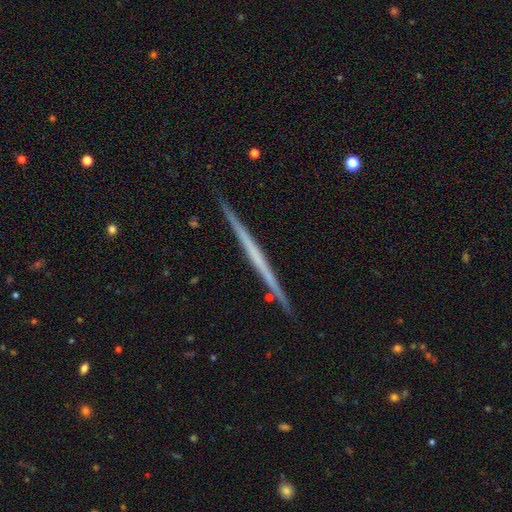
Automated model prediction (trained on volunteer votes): Smooth or featured: featured or disk — 66% (smooth — 28%)
Edge-on disk: yes — 98% (no — 2%)
Edge-on bulge: none — 91% (rounded — 6%)
Merging: none — 91% (minor disturbance — 6%)